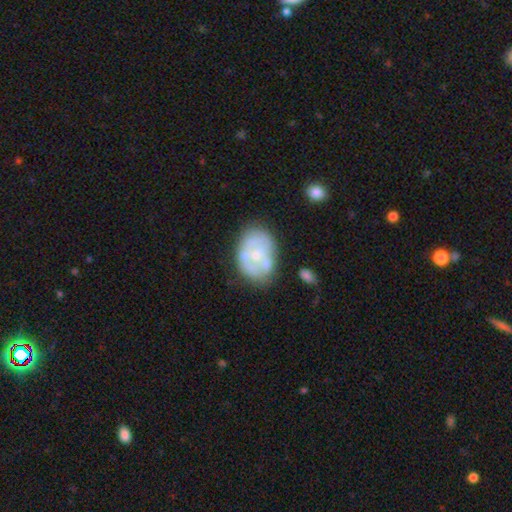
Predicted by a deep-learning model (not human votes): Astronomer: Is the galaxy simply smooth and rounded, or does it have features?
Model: featured or disk — 57% (runner-up: smooth, 36%).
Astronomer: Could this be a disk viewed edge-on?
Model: no — 97%.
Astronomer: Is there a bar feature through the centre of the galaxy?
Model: no — 84%.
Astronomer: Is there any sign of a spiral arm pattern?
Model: no — 70%.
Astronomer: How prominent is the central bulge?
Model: small — 57% (runner-up: moderate, 36%).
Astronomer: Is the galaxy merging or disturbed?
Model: none — 56%.